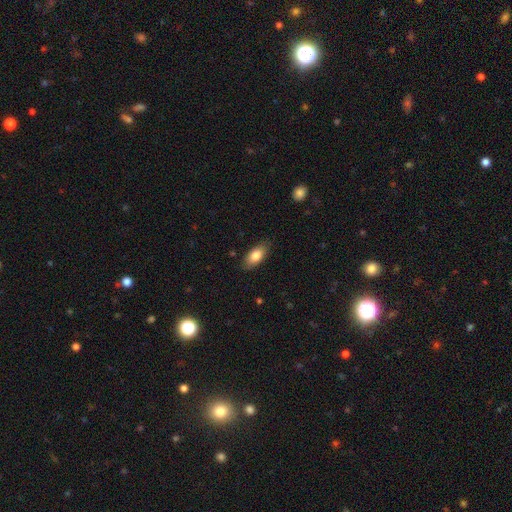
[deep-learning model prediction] This appears to be a smooth galaxy with no disk features (82%) that is in between round and cigar-shaped (88%). Merging: none (82%).